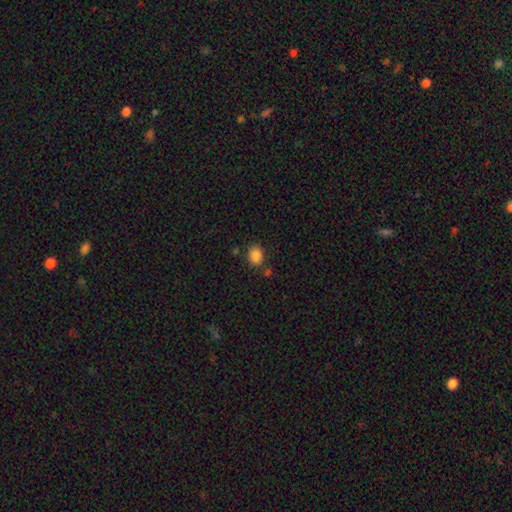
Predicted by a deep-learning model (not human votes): Smooth or featured: smooth — 86% (star or artifact — 10%)
How rounded: in between — 71% (round — 28%)
Merging: none — 77% (minor disturbance — 13%)